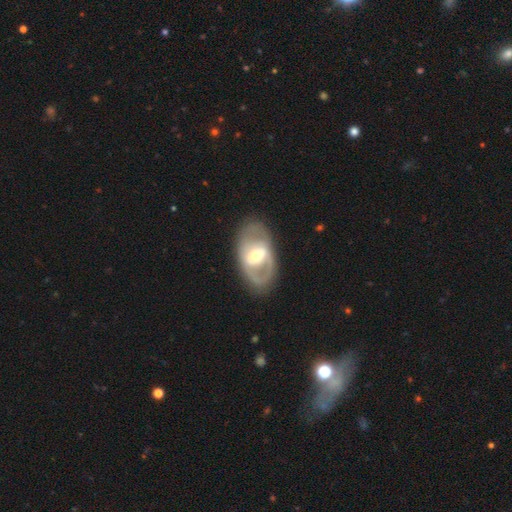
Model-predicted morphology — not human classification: Overall: featured or disk (71%). Edge-on disk: no (92%). Bar: weak (39%; strong 38%). Spiral arms: no (52%; yes 48%). Bulge size: moderate (59%; small 28%). Merging: none (78%).